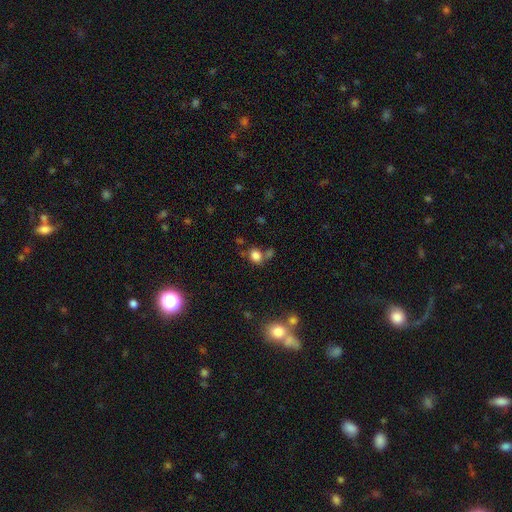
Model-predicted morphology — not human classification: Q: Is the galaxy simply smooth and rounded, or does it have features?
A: smooth — 81%.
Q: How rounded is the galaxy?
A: in between — 50%.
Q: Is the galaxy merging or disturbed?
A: none — 60%.